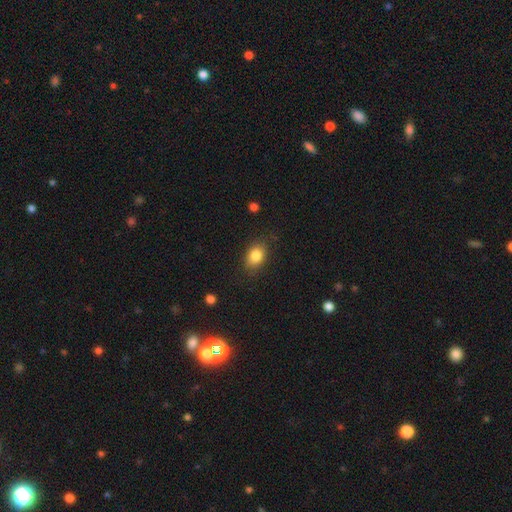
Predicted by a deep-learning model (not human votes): Smooth or featured?
  - smooth: 84% *
  - star or artifact: 9%
  - featured or disk: 7%
How rounded?
  - in between: 73% *
  - round: 25%
  - cigar-shaped: 1%
Merging?
  - none: 80% *
  - minor disturbance: 15%
  - major disturbance: 4%
  - merger: 1%